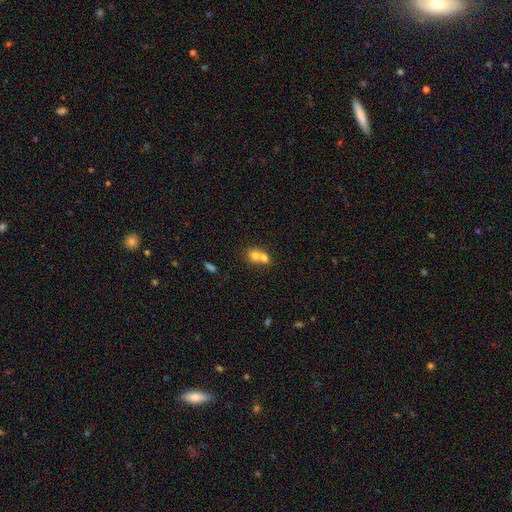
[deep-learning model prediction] Overall: smooth (71%). How rounded: round (67%; in between 32%). Merging: merger (67%).